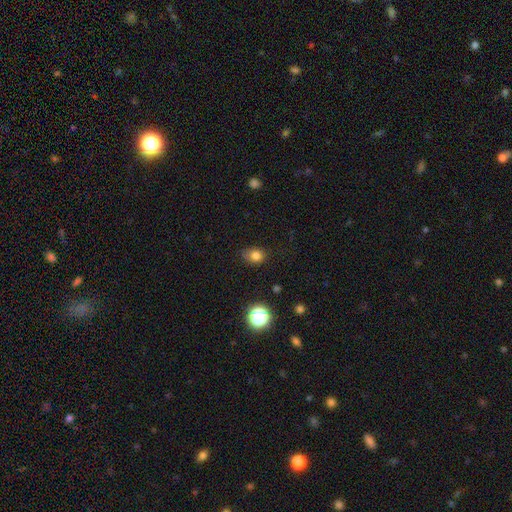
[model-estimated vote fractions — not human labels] smooth_or_featured: smooth (p=0.79) [alt: star or artifact p=0.15]
how_rounded: in between (p=0.51) [alt: round p=0.48]
merging: none (p=0.70) [alt: minor disturbance p=0.23]